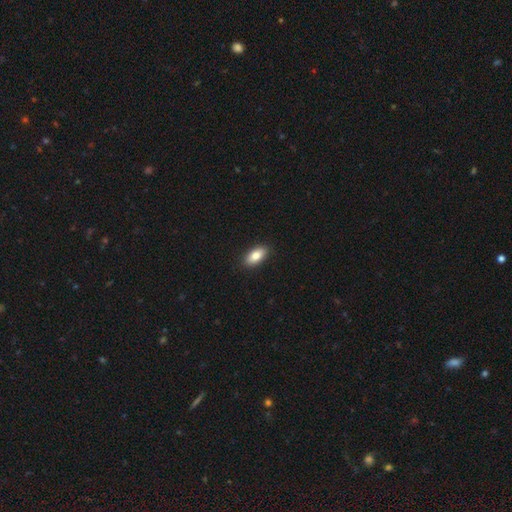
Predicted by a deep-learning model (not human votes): The model was most divided on "smooth or featured": smooth: 84%, featured or disk: 10%, star or artifact: 7%. More confident: how rounded — in between (91%); merging — none (90%).